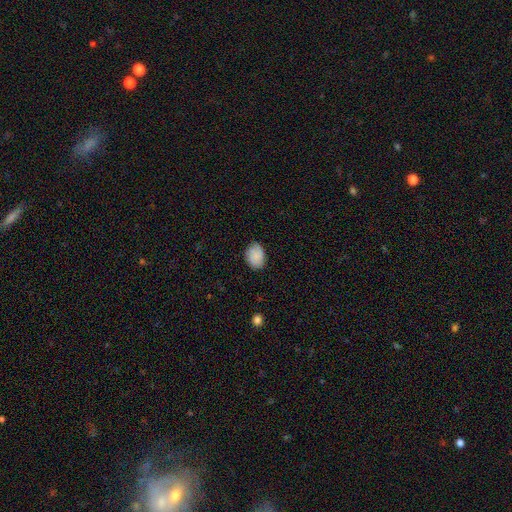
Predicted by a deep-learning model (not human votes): This appears to be a smooth galaxy with no disk features (69%) that is in between round and cigar-shaped (67%). Merging: none (72%).